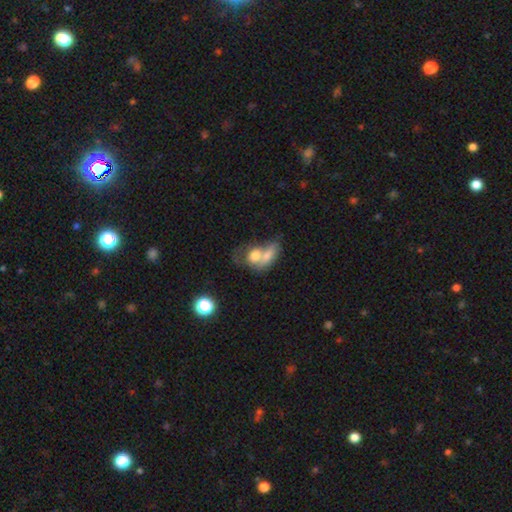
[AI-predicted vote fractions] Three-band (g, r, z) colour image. It shows a smooth galaxy with no disk features (68%) that is in between round and cigar-shaped (67%). Merging: merger (70%).